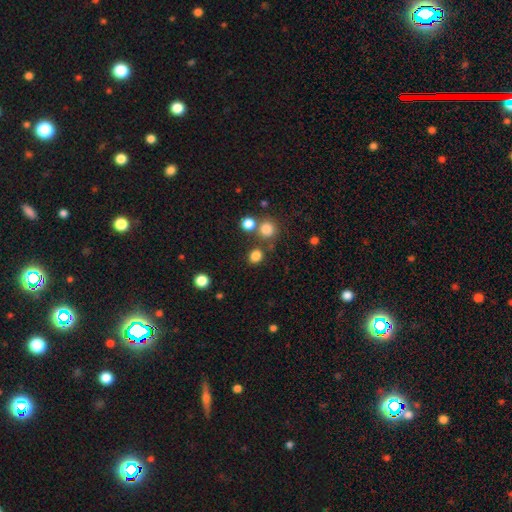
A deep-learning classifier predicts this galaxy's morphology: Smooth or featured: smooth — 81% (star or artifact — 15%)
How rounded: round — 75% (in between — 24%)
Merging: none — 76% (merger — 12%)